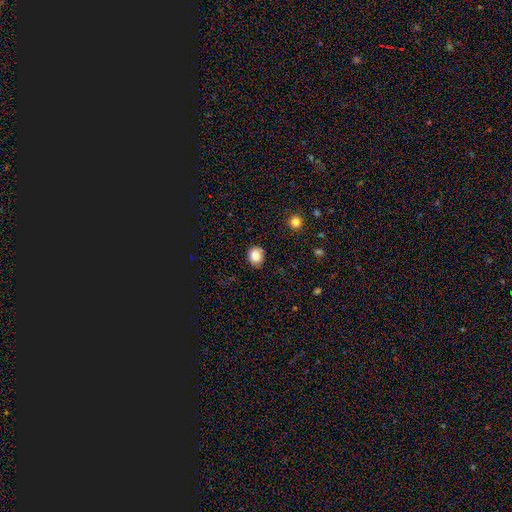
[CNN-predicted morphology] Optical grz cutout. It shows a smooth galaxy with no disk features (83%) that is round (68%). Merging: none (83%).